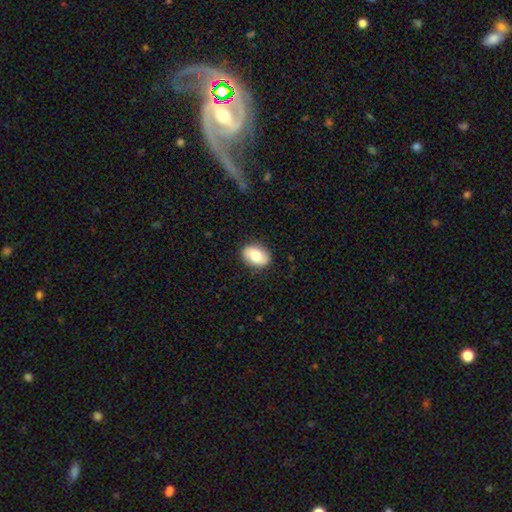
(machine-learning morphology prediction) A smooth galaxy with no disk features (73%) that is in between round and cigar-shaped (78%). Merging: none (87%).